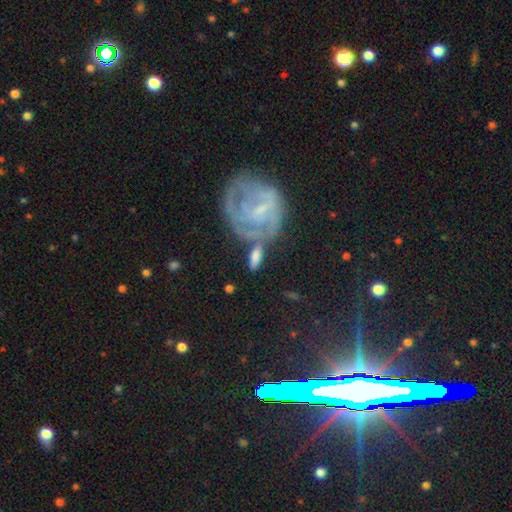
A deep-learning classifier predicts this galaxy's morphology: Smooth or featured: smooth — 53% (featured or disk — 38%)
How rounded: in between — 68% (cigar-shaped — 21%)
Merging: none — 56% (minor disturbance — 18%)